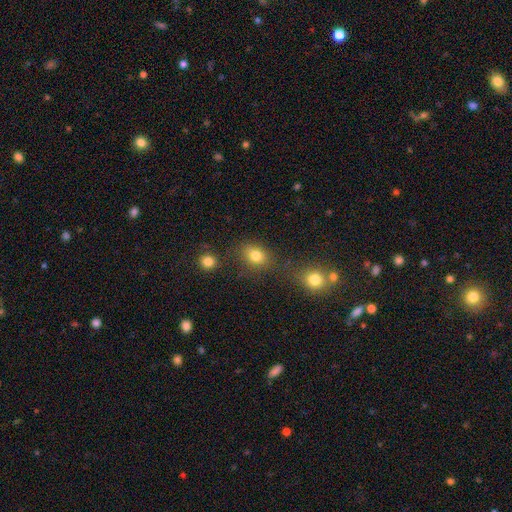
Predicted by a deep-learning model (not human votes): smooth_or_featured: smooth (p=0.79) [alt: star or artifact p=0.13]
how_rounded: in between (p=0.56) [alt: round p=0.43]
merging: none (p=0.71) [alt: minor disturbance p=0.12]